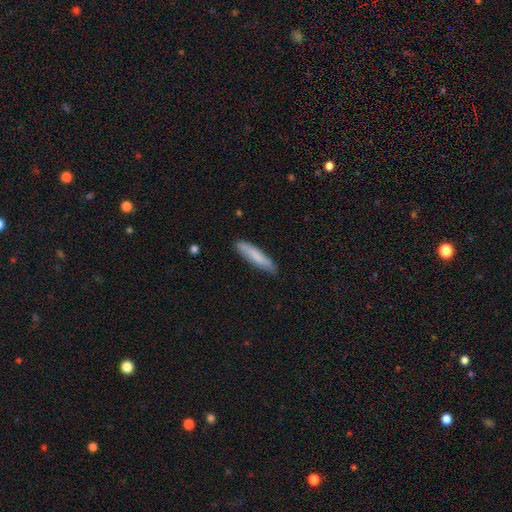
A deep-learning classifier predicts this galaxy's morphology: Smooth or featured? Predicted: smooth (p=0.77). How rounded? Predicted: cigar-shaped (p=0.88). Merging? Predicted: none (p=0.83).